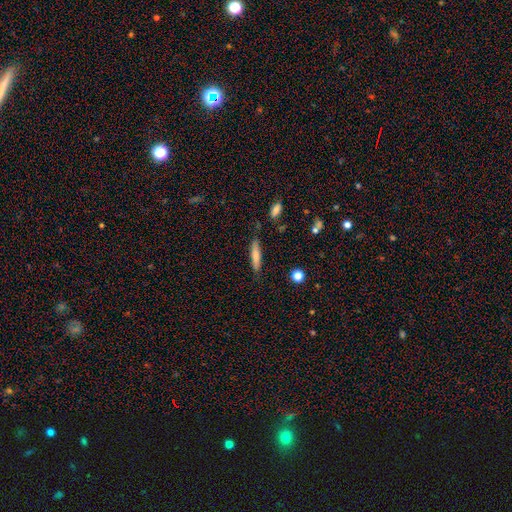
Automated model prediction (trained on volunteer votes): This is likely a smooth galaxy (73%). How rounded: clearly cigar-shaped (81%). Merging: clearly none (82%).